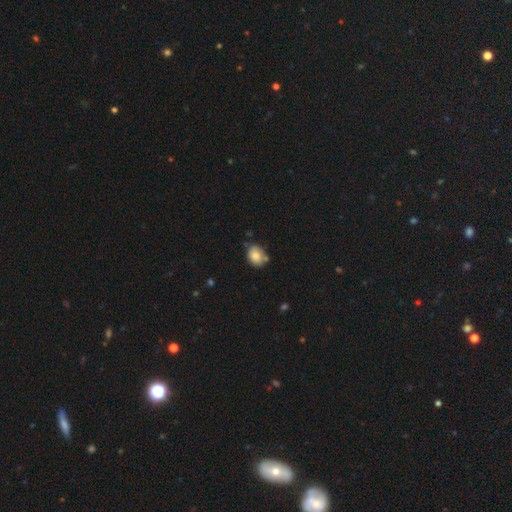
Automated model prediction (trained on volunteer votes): Smooth or featured: smooth — 82% (featured or disk — 10%)
How rounded: round — 51% (in between — 48%)
Merging: none — 69% (minor disturbance — 20%)